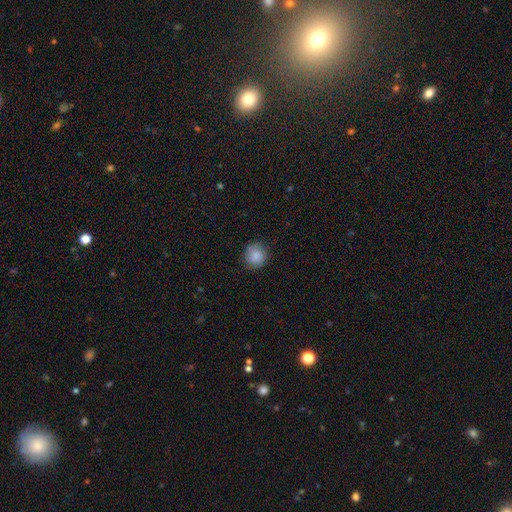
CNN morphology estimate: This is clearly a smooth galaxy (87%). How rounded: clearly round (88%). Merging: clearly none (82%).